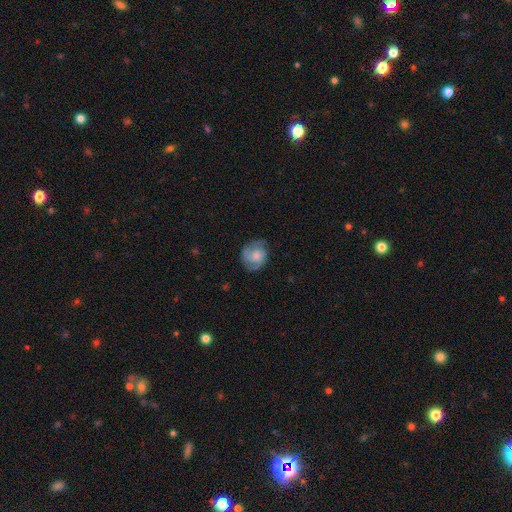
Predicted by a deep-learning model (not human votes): This is likely a featured or disk galaxy (67%). It is clearly not viewed edge-on (98%). Bar: likely no (69%). Spiral arm pattern: clearly yes (93%). Spiral arm count: likely 2 (61%). Spiral winding: possibly tight (47%). Central bulge: marginally moderate (40%). Merging: likely none (73%).